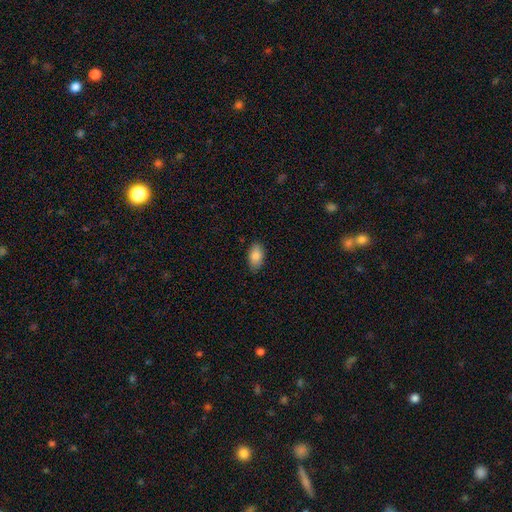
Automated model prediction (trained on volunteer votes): This is clearly a smooth galaxy (85%). How rounded: clearly in between (93%). Merging: clearly none (87%).